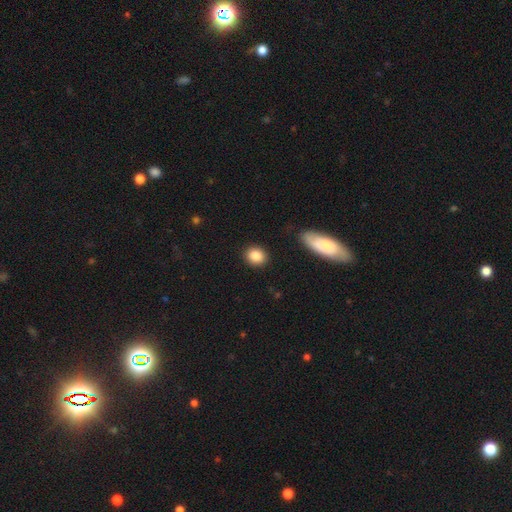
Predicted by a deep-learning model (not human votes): smooth 87%, star or artifact 8%, featured or disk 5%. Down the decision tree: how rounded — round (70%); merging — none (88%).